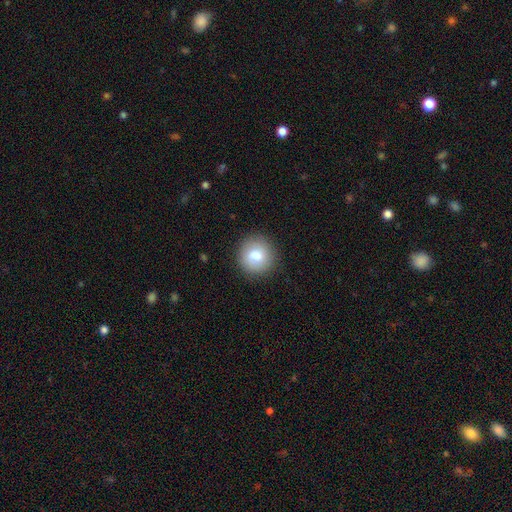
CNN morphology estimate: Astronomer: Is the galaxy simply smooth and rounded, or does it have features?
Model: smooth — 81%.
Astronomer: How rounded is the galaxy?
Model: round — 93%.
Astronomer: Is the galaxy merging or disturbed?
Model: none — 90%.